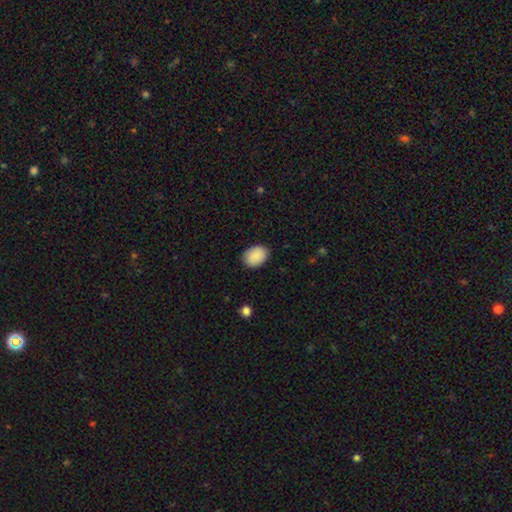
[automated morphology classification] This is clearly a smooth galaxy (89%). How rounded: likely in between (72%). Merging: clearly none (87%).